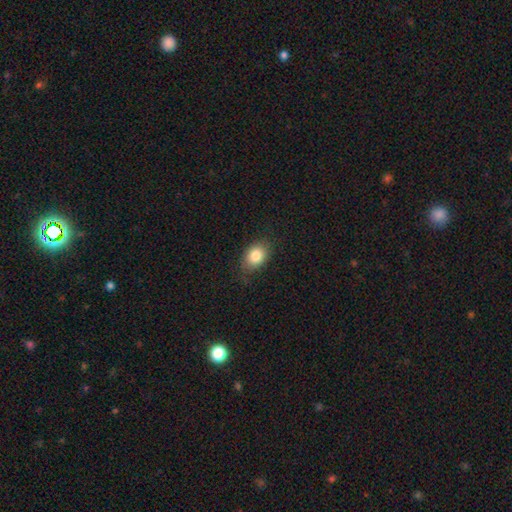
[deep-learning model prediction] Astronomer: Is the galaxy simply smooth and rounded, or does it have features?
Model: smooth — 84%.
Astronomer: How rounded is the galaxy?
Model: in between — 74%.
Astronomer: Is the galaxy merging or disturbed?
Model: none — 78%.